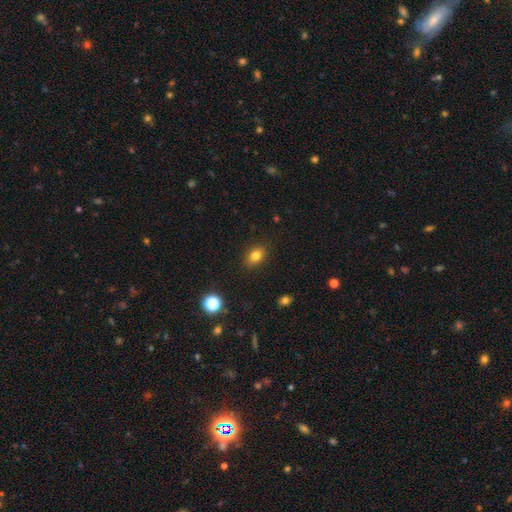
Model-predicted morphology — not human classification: A smooth galaxy with no disk features (81%) that is in between round and cigar-shaped (68%). Merging: none (88%).